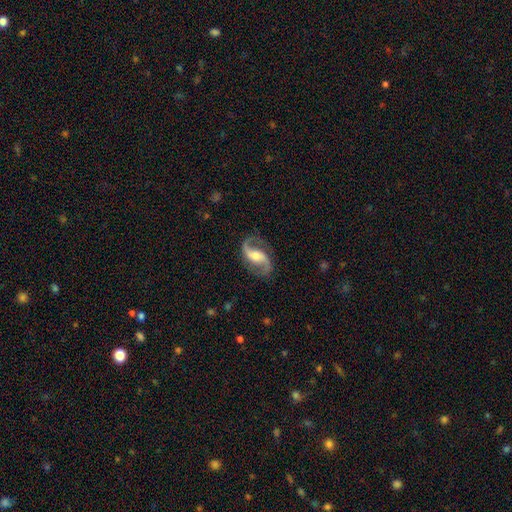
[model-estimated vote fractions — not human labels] smooth-or-featured: featured or disk: 90% | smooth: 5% | star or artifact: 4%
  disk-edge-on: no: 97% | yes: 3%
    bar: weak: 41% | no: 31% | strong: 27%
    has-spiral-arms: yes: 98% | no: 2%
      spiral-winding: loose: 51% | medium: 40% | tight: 8%
      spiral-arm-count: 2: 93% | 1: 2% | can't tell: 2% | 3: 1% | 4: 1% | more than 4: 1%
    bulge-size: moderate: 53% | small: 32% | large: 9% | none: 4% | dominant: 1%
  merging: none: 81% | minor disturbance: 12% | major disturbance: 6% | merger: 1%